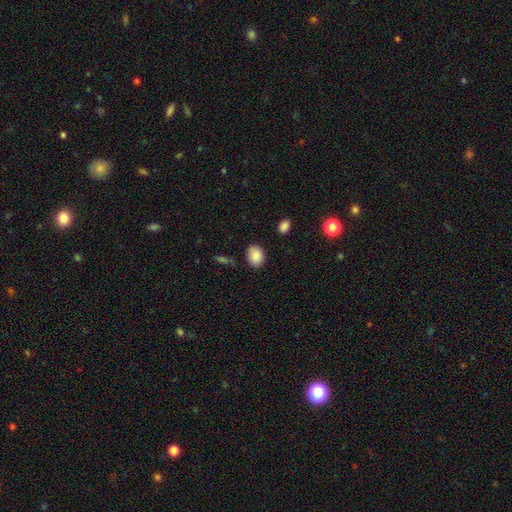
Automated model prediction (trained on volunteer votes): Q: Smooth or featured?
A: smooth (86%); runner-up: star or artifact (8%)
Q: How rounded?
A: in between (67%); runner-up: round (32%)
Q: Merging?
A: none (83%); runner-up: minor disturbance (12%)